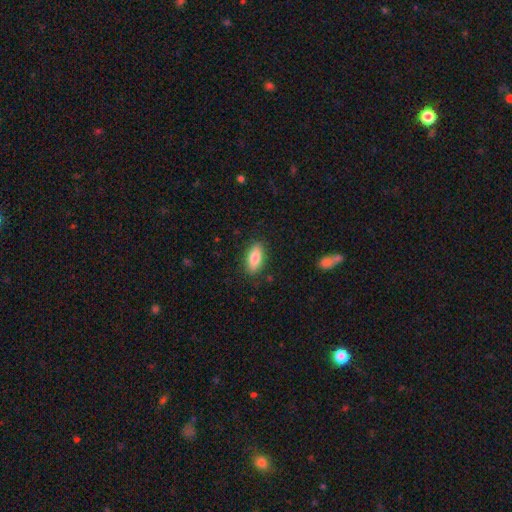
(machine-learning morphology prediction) Overall: smooth (80%). How rounded: in between (79%). Merging: none (86%).